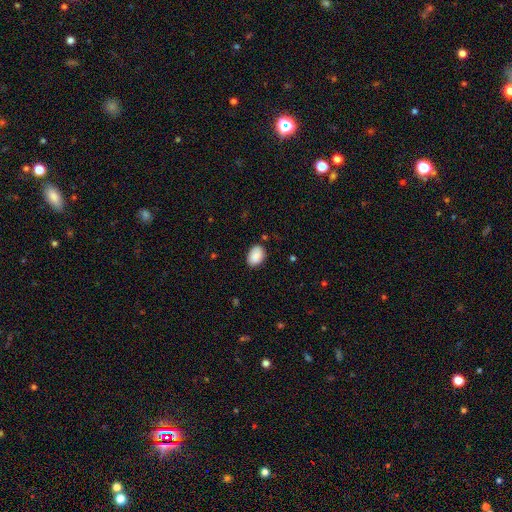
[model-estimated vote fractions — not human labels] Smooth or featured? smooth (89%)
How rounded? in between (83%)
Merging? none (82%)